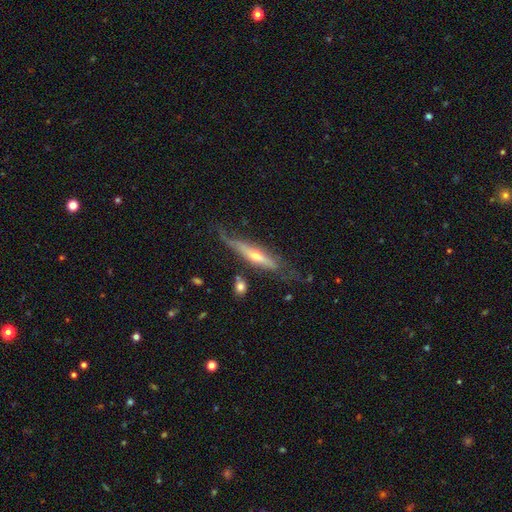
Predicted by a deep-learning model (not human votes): Smooth or featured? Predicted: featured or disk (p=0.71). Edge-on disk? Predicted: yes (p=0.86). Edge-on bulge? Predicted: rounded (p=0.81). Merging? Predicted: none (p=0.57).